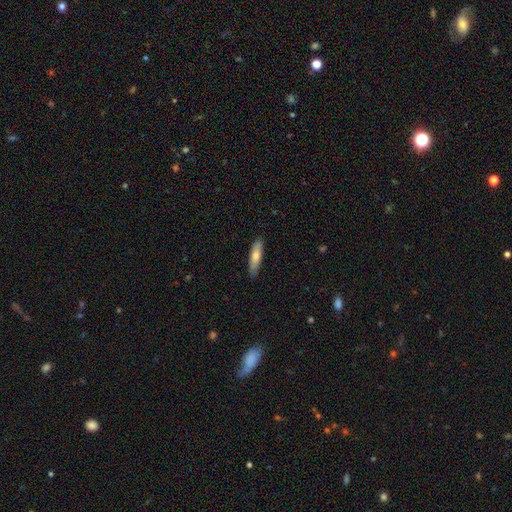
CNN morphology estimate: type=smooth (72%); roundness=cigar-shaped (68%); merging=none (85%).